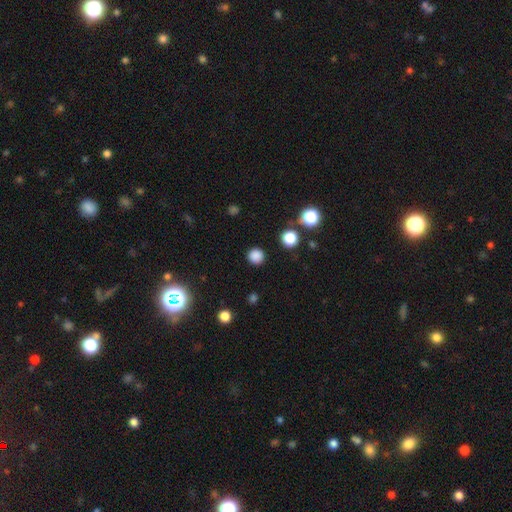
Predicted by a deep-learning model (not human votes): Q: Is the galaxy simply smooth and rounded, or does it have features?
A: smooth — 83%.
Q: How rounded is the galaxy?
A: round — 93%.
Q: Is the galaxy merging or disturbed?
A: none — 90%.